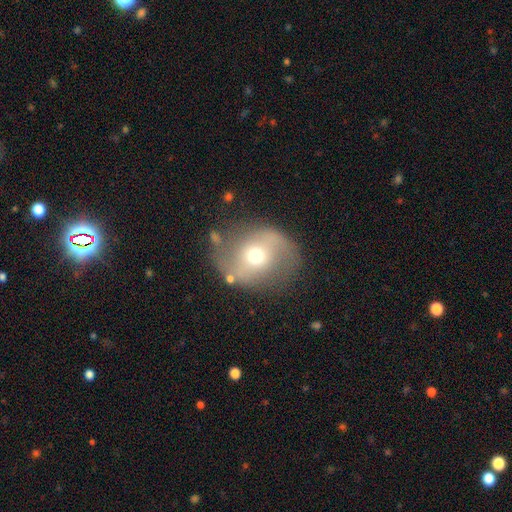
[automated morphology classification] Overall: featured or disk (63%; smooth 28%). Edge-on disk: no (96%). Bar: no (45%; weak 36%). Spiral arms: yes (74%). Bulge size: moderate (69%). Merging: none (71%).